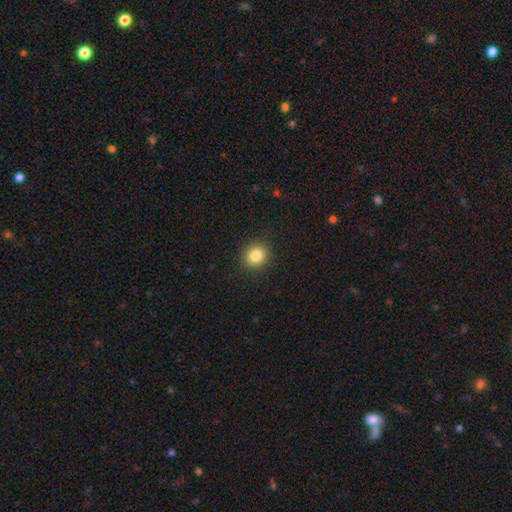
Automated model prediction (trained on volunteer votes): A smooth galaxy with no disk features (84%) that is round (85%). Merging: none (90%).